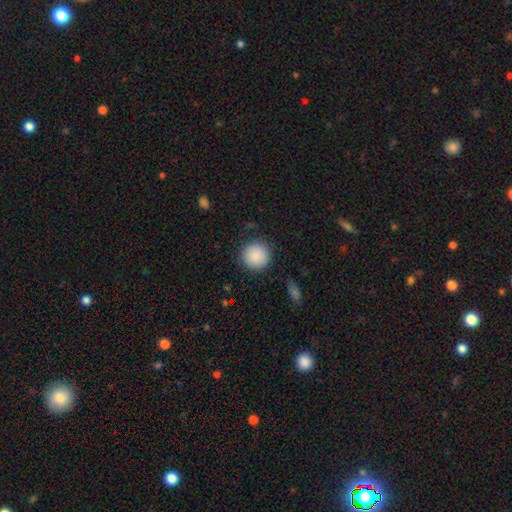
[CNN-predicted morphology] A smooth galaxy with no disk features (89%) that is round (95%).

Vote fractions:
- Smooth or featured? smooth: 89% / star or artifact: 8% / featured or disk: 4%
- How rounded? round: 95% / in between: 4% / cigar-shaped: 1%
- Merging? none: 89% / minor disturbance: 7% / major disturbance: 3% / merger: 1%